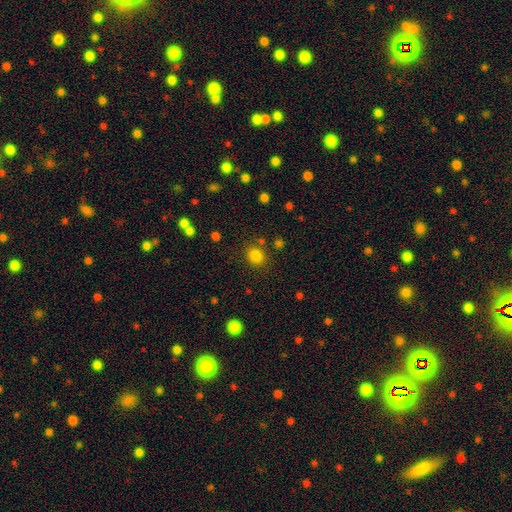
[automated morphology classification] type=smooth (82%); roundness=round (73%); merging=none (82%).